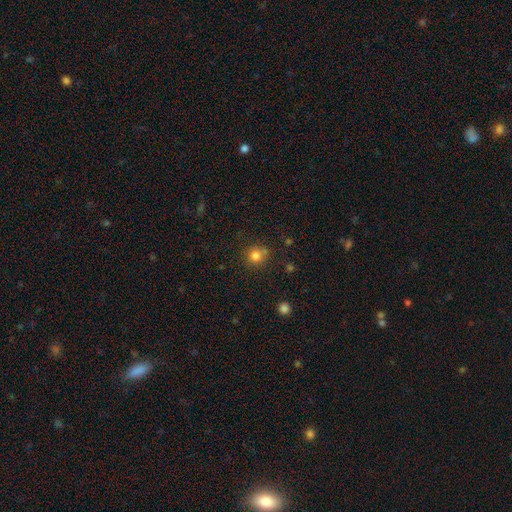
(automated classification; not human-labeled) A smooth galaxy with no disk features (81%) that is round (91%).

Vote fractions:
- Smooth or featured? smooth: 81% / star or artifact: 13% / featured or disk: 6%
- How rounded? round: 91% / in between: 8% / cigar-shaped: 1%
- Merging? none: 78% / minor disturbance: 11% / merger: 8% / major disturbance: 3%